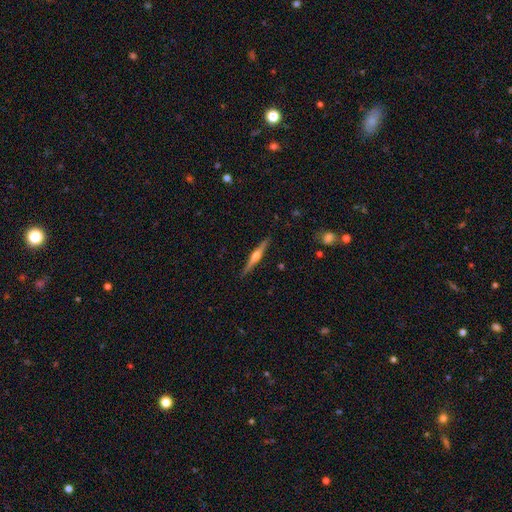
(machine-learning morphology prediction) A featured or disk galaxy (75%) viewed edge-on (98%) with a rounded central bulge (89%).

Vote fractions:
- Smooth or featured? featured or disk: 75% / smooth: 19% / star or artifact: 5%
- Edge-on disk? yes: 98% / no: 2%
- Edge-on bulge? rounded: 89% / boxy: 7% / none: 4%
- Merging? none: 90% / minor disturbance: 7% / major disturbance: 1% / merger: 1%